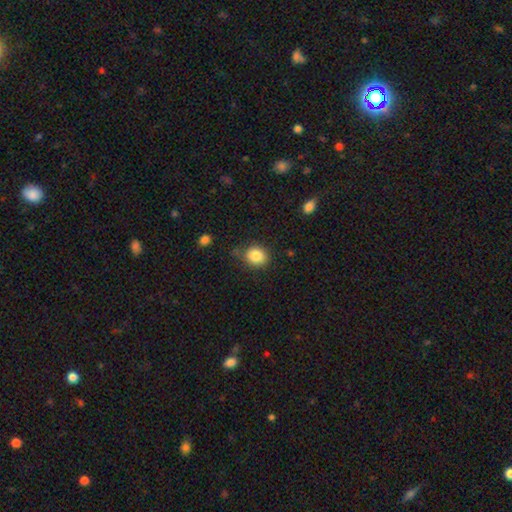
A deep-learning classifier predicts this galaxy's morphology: Smooth or featured? smooth (84%)
How rounded? round (72%)
Merging? none (76%)